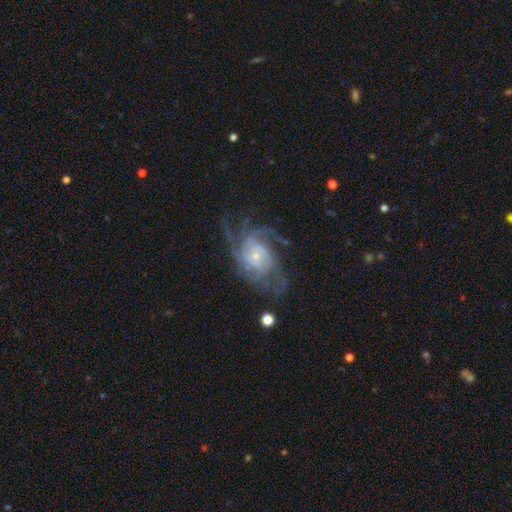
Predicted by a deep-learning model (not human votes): A featured or disk galaxy (87%) with no bar (68%), 4 (29%) tight (52%) spiral arms (97%) and a small central bulge (74%).

Vote fractions:
- Smooth or featured? featured or disk: 87% / star or artifact: 7% / smooth: 6%
- Edge-on disk? no: 97% / yes: 3%
- Bar? no: 68% / weak: 26% / strong: 5%
- Spiral arms? yes: 97% / no: 3%
- Spiral winding? tight: 52% / medium: 38% / loose: 10%
- Spiral arm count? 4: 29% / can't tell: 24% / 3: 18% / more than 4: 12% / 2: 11% / 1: 7%
- Bulge size? small: 74% / moderate: 19% / none: 3% / large: 2% / dominant: 1%
- Merging? none: 63% / minor disturbance: 18% / major disturbance: 17% / merger: 2%